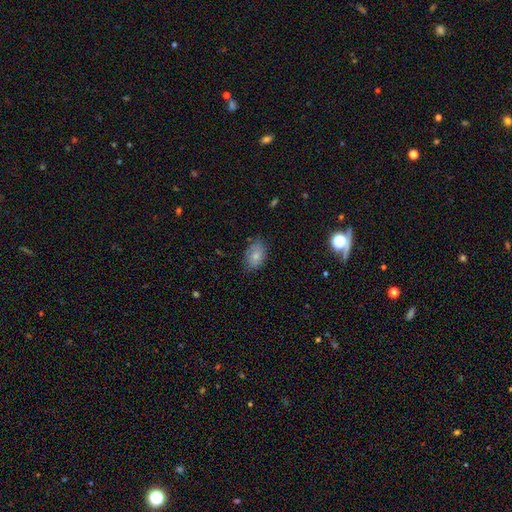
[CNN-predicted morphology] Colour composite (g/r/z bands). It shows a smooth galaxy with no disk features (71%) that is in between round and cigar-shaped (87%). Merging: none (73%).